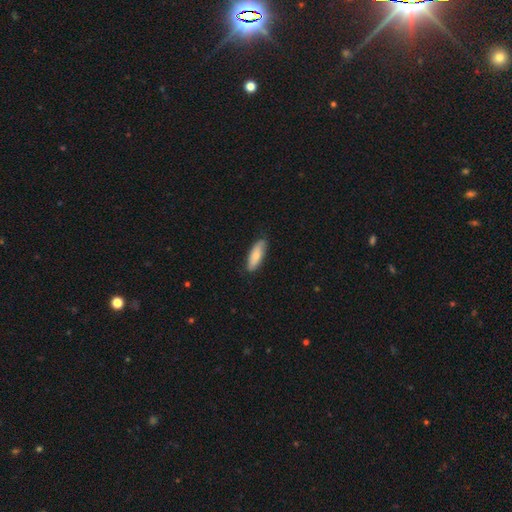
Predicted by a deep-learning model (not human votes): This is likely a smooth galaxy (75%). How rounded: possibly in between (60%). Merging: clearly none (81%).